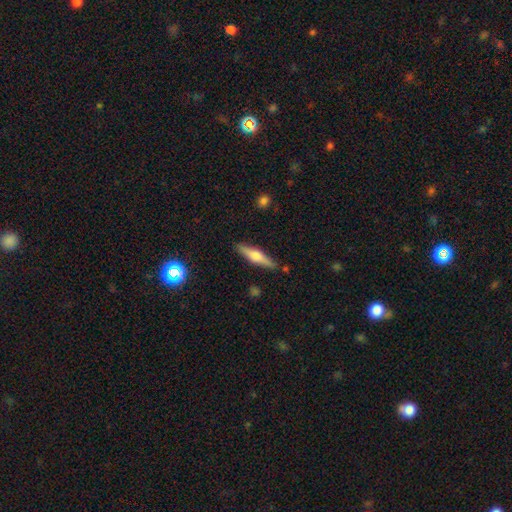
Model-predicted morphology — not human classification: Smooth or featured?
  - featured or disk: 48% *
  - smooth: 45%
  - star or artifact: 6%
Merging?
  - none: 87% *
  - minor disturbance: 9%
  - major disturbance: 2%
  - merger: 2%